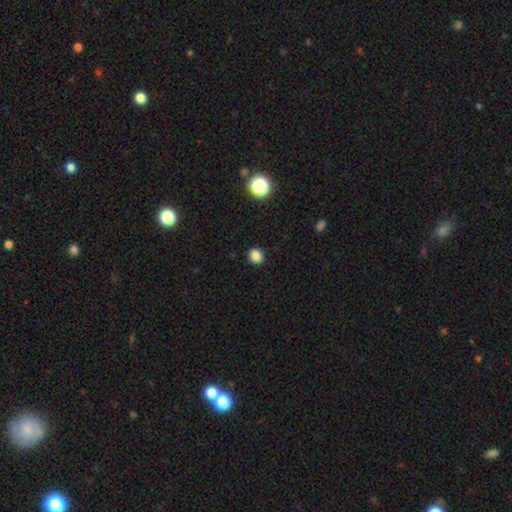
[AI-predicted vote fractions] A smooth galaxy with no disk features (85%) that is round (82%). Merging: none (90%).